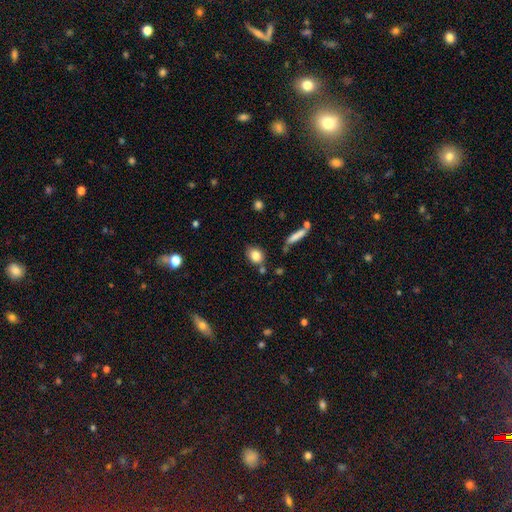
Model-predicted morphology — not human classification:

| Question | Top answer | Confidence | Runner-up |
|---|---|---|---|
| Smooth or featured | smooth | 82% | star or artifact (9%) |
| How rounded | in between | 51% | round (47%) |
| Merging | none | 75% | minor disturbance (14%) |